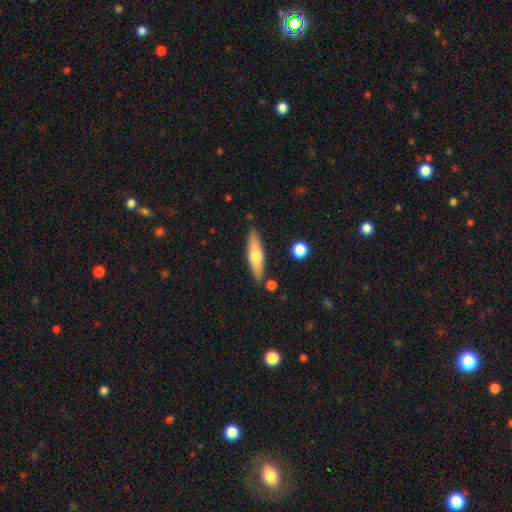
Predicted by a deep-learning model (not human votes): Smooth or featured? smooth (50%)
Merging? none (84%)